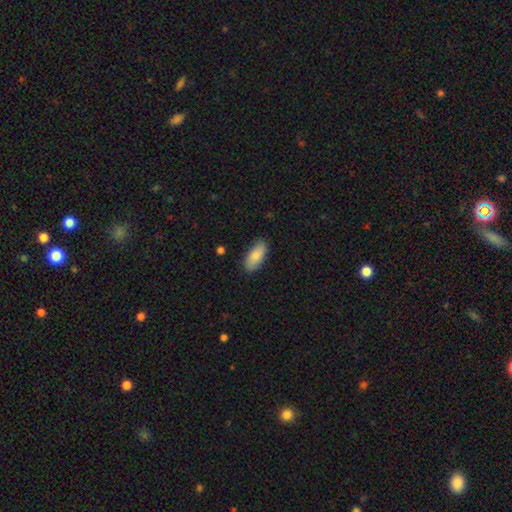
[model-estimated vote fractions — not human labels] Smooth or featured: smooth — 86% (featured or disk — 9%)
How rounded: in between — 87% (cigar-shaped — 11%)
Merging: none — 85% (minor disturbance — 12%)